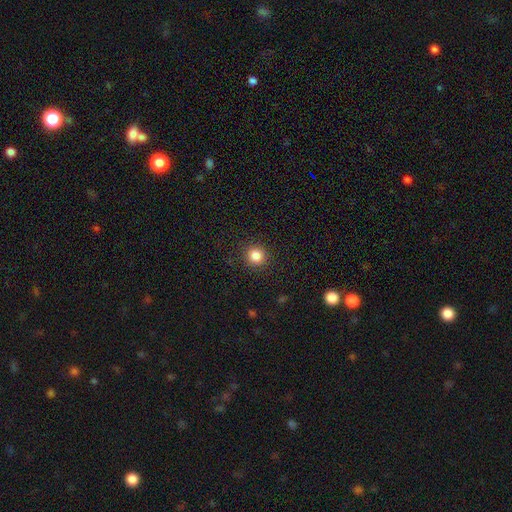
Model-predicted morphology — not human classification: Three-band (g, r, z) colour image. It shows a smooth galaxy with no disk features (85%) that is round (92%). Merging: none (91%).